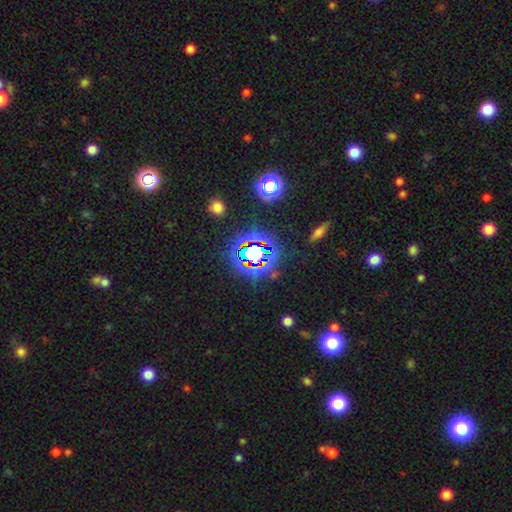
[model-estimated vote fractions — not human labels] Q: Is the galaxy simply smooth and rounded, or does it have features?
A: star or artifact — 68%.